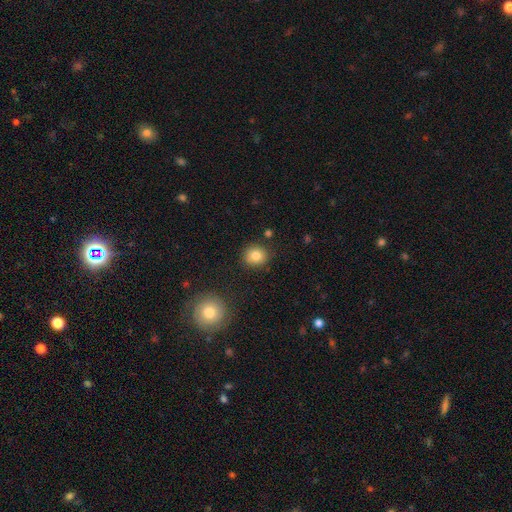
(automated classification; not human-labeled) Smooth or featured? Predicted: smooth (p=0.82). How rounded? Predicted: round (p=0.84). Merging? Predicted: none (p=0.87).